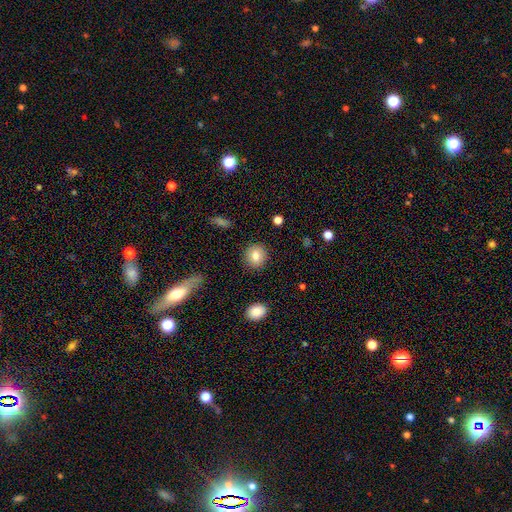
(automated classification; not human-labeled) Morphology: type=smooth (81%); roundness=round (85%); merging=none (89%).